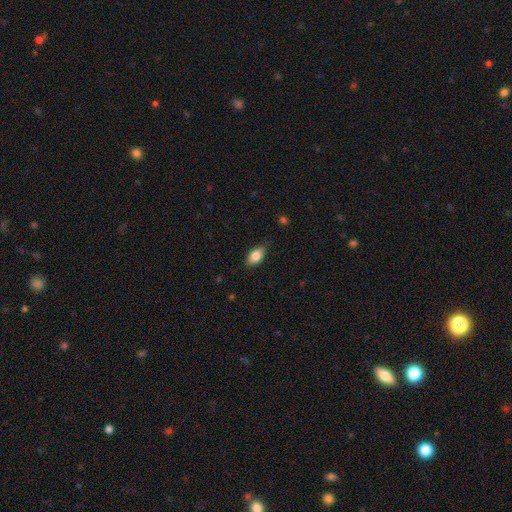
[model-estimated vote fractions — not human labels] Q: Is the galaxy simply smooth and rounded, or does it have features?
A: smooth — 81%.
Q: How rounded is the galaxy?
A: in between — 89%.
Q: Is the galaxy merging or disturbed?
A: none — 80%.